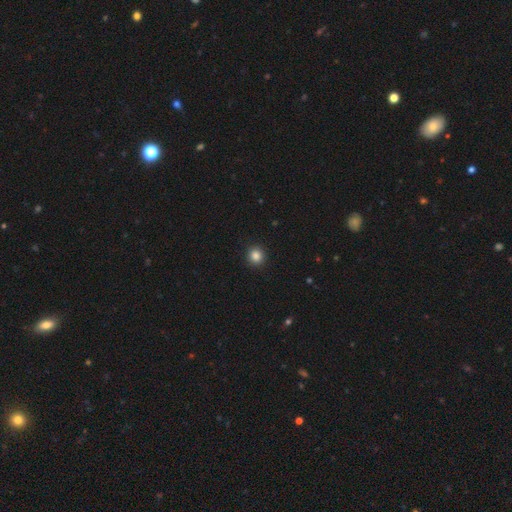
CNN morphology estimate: smooth-or-featured: smooth: 86% | star or artifact: 11% | featured or disk: 3%
  how-rounded: round: 92% | in between: 7% | cigar-shaped: 1%
  merging: none: 93% | minor disturbance: 4% | major disturbance: 2% | merger: 1%